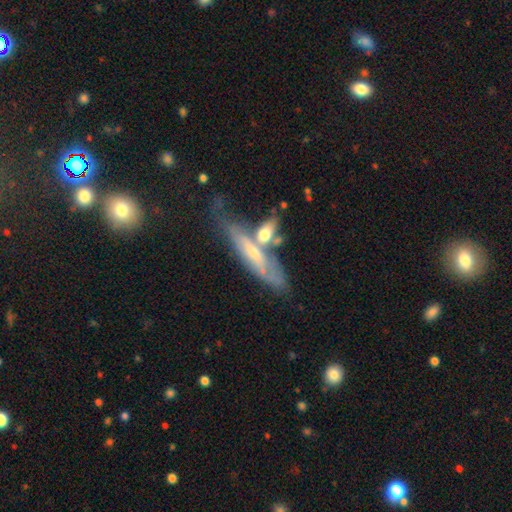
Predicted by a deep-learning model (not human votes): Smooth or featured? Predicted: featured or disk (p=0.56). Edge-on disk? Predicted: yes (p=0.52). Merging? Predicted: merger (p=0.37).